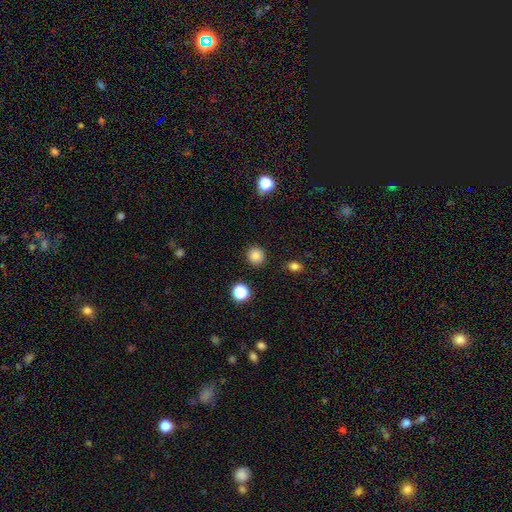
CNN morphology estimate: A smooth galaxy with no disk features (83%) that is round (91%).

Vote fractions:
- Smooth or featured? smooth: 83% / star or artifact: 12% / featured or disk: 5%
- How rounded? round: 91% / in between: 8% / cigar-shaped: 1%
- Merging? none: 90% / minor disturbance: 6% / major disturbance: 2% / merger: 2%